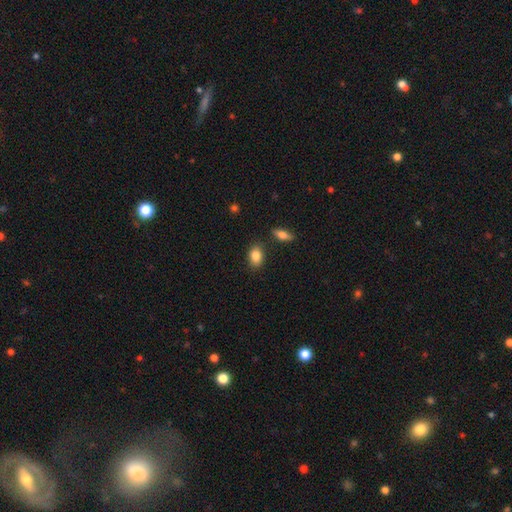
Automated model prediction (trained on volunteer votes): The model was most divided on "how rounded": in between: 83%, round: 15%, cigar-shaped: 2%. More confident: smooth or featured — smooth (85%); merging — none (81%).